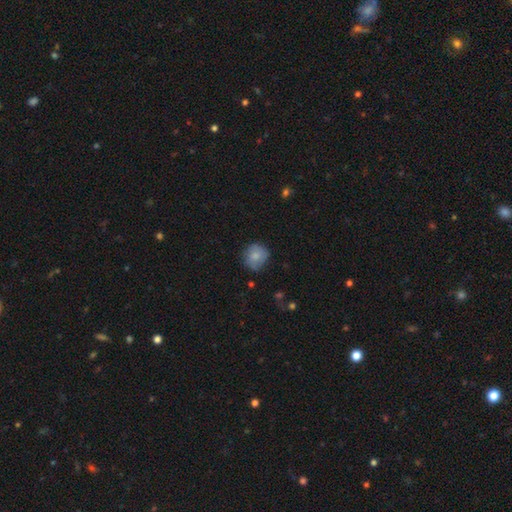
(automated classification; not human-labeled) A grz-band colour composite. It shows a smooth galaxy with no disk features (79%) that is round (83%). Merging: none (73%).